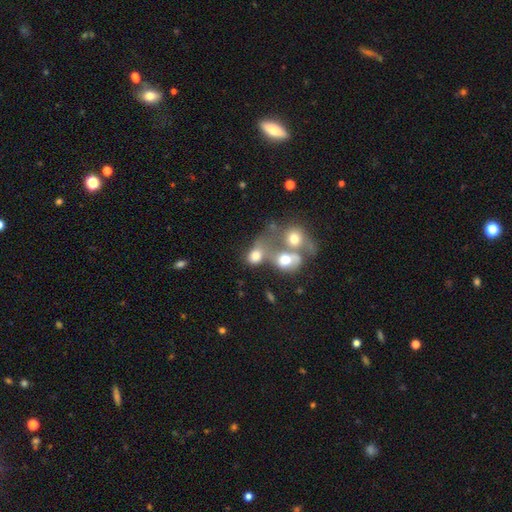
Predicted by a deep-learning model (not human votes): smooth-or-featured: smooth: 68% | featured or disk: 19% | star or artifact: 13%
  how-rounded: in between: 52% | round: 46% | cigar-shaped: 2%
  merging: merger: 58% | none: 21% | major disturbance: 13% | minor disturbance: 9%